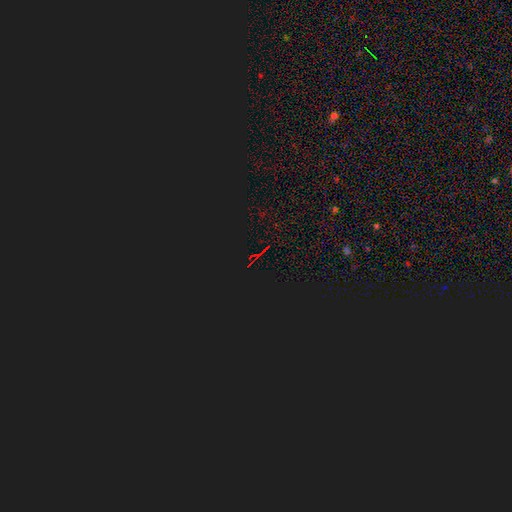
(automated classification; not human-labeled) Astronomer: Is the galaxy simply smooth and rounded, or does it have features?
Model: star or artifact — 85%.